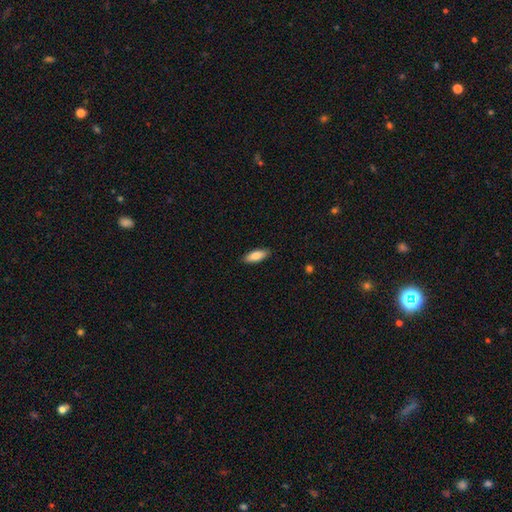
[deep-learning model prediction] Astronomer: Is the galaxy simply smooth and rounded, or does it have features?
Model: smooth — 83%.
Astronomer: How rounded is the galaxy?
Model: in between — 76%.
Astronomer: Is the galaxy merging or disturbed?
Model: none — 89%.